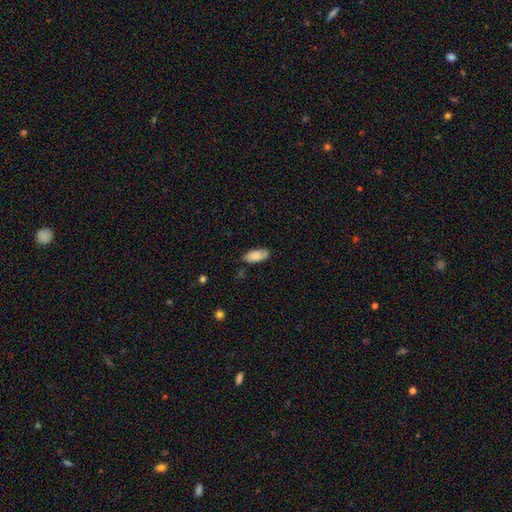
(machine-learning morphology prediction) Overall: smooth (76%). How rounded: in between (90%). Merging: none (68%).